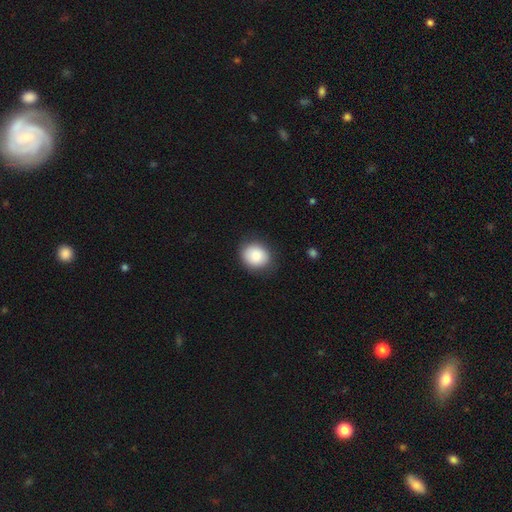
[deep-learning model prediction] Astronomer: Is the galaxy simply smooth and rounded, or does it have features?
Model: smooth — 86%.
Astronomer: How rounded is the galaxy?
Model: round — 69%.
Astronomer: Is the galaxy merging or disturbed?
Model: none — 84%.